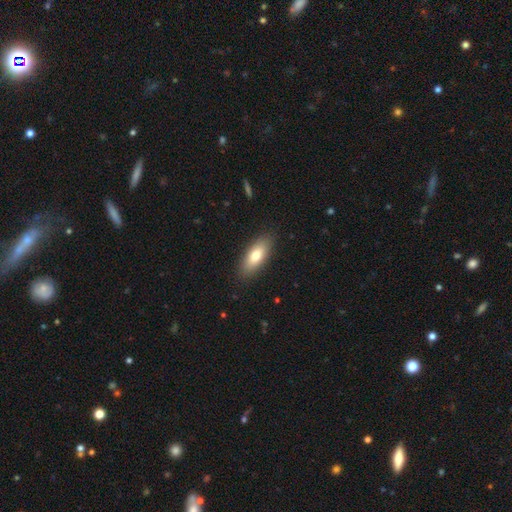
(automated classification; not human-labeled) smooth-or-featured: smooth: 73% | featured or disk: 20% | star or artifact: 7%
  how-rounded: in between: 77% | cigar-shaped: 21% | round: 3%
  merging: none: 88% | minor disturbance: 9% | major disturbance: 2% | merger: 1%